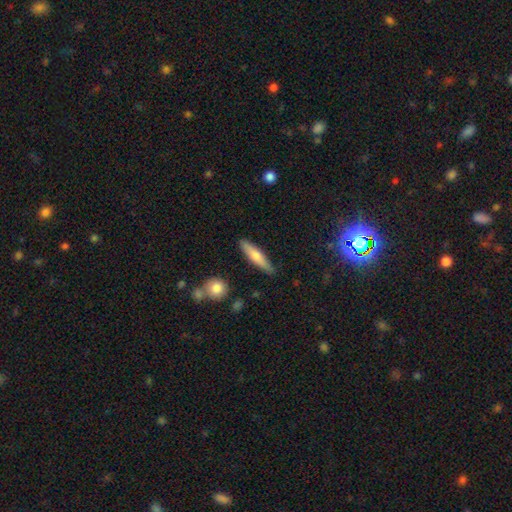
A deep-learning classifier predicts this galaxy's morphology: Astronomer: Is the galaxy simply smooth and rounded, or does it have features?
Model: smooth — 63%.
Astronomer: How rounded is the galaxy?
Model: cigar-shaped — 81%.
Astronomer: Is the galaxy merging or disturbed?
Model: none — 86%.